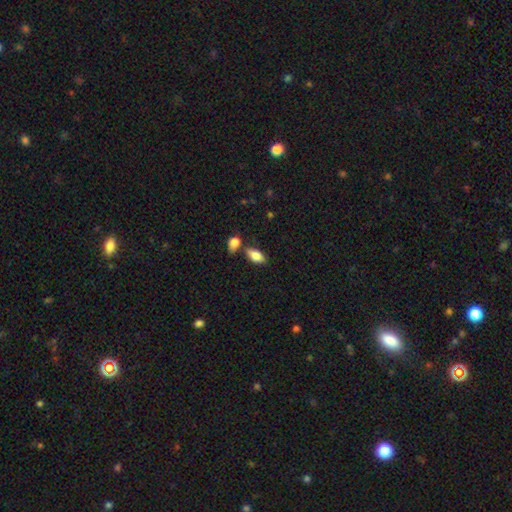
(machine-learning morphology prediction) smooth_or_featured: smooth (p=0.81) [alt: featured or disk p=0.12]
how_rounded: in between (p=0.89) [alt: cigar-shaped p=0.07]
merging: none (p=0.64) [alt: merger p=0.18]